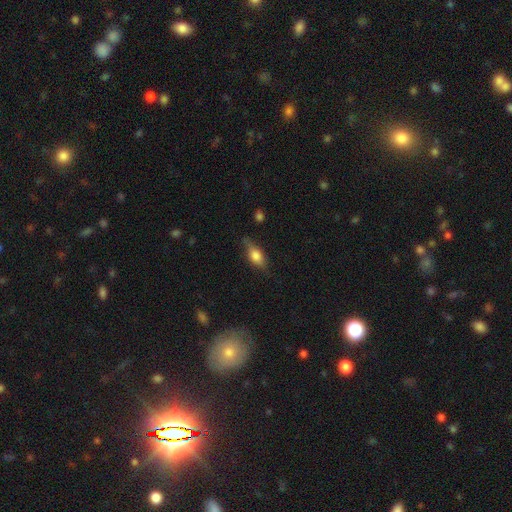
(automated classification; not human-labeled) This is likely a smooth galaxy (62%). How rounded: likely in between (73%). Merging: likely none (71%).